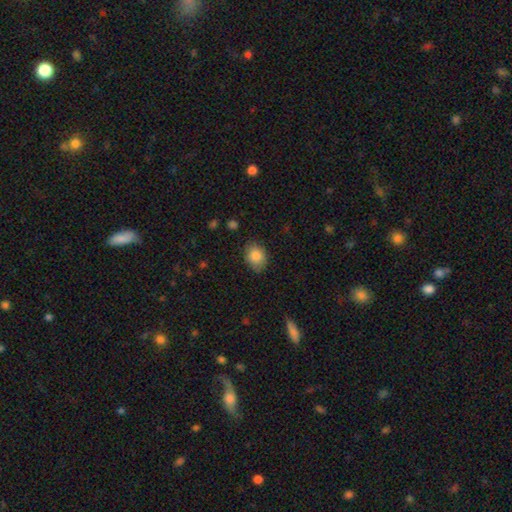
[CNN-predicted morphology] This is clearly a smooth galaxy (85%). How rounded: possibly in between (58%). Merging: likely none (78%).